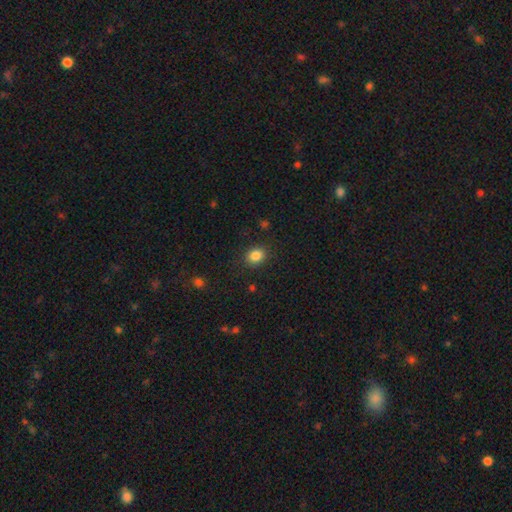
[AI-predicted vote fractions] The model was most divided on "how rounded": round: 62%, in between: 37%, cigar-shaped: 1%. More confident: merging — none (85%); smooth or featured — smooth (84%).